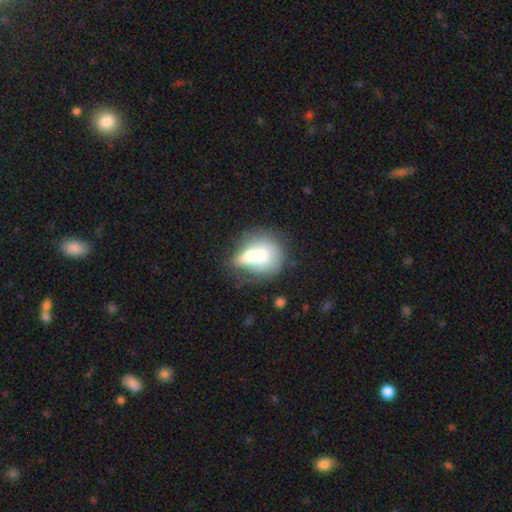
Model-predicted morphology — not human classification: Smooth or featured: smooth — 59% (featured or disk — 32%)
How rounded: round — 61% (in between — 36%)
Merging: merger — 45% (none — 29%)